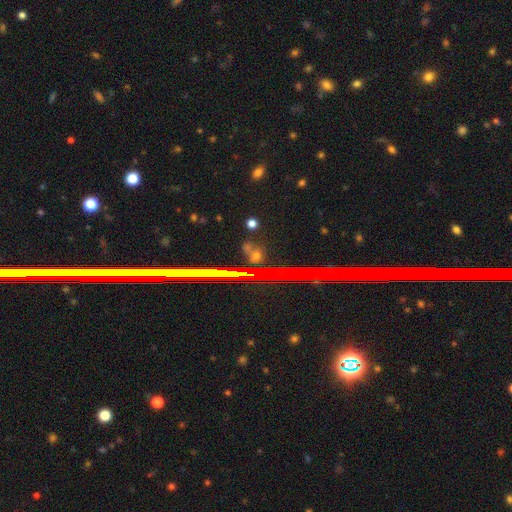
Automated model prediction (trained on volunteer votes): smooth_or_featured: star or artifact (p=0.71) [alt: smooth p=0.17]